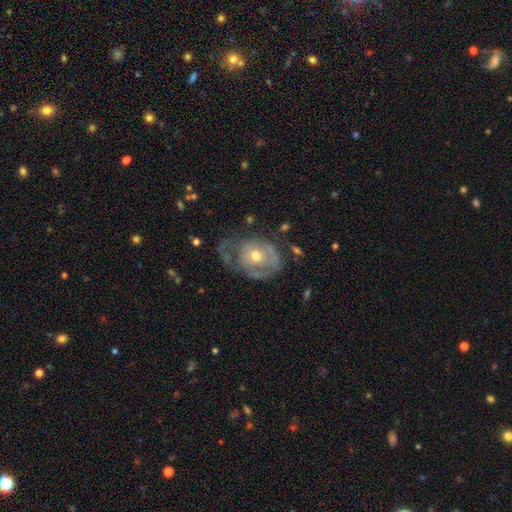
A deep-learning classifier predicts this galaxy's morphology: Q: Smooth or featured?
A: featured or disk (66%); runner-up: smooth (28%)
Q: Edge-on disk?
A: no (96%); runner-up: yes (4%)
Q: Bar?
A: no (82%); runner-up: weak (15%)
Q: Spiral arms?
A: yes (55%); runner-up: no (45%)
Q: Bulge size?
A: moderate (60%); runner-up: small (34%)
Q: Merging?
A: none (36%); runner-up: major disturbance (35%)